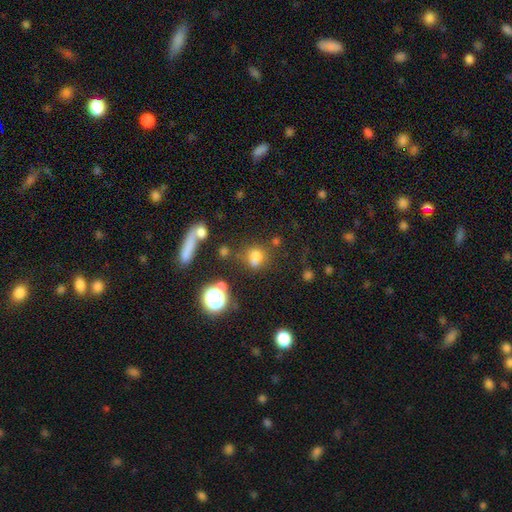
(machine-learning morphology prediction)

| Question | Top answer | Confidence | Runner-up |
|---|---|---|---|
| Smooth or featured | smooth | 68% | star or artifact (22%) |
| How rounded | round | 67% | in between (30%) |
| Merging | none | 55% | merger (20%) |